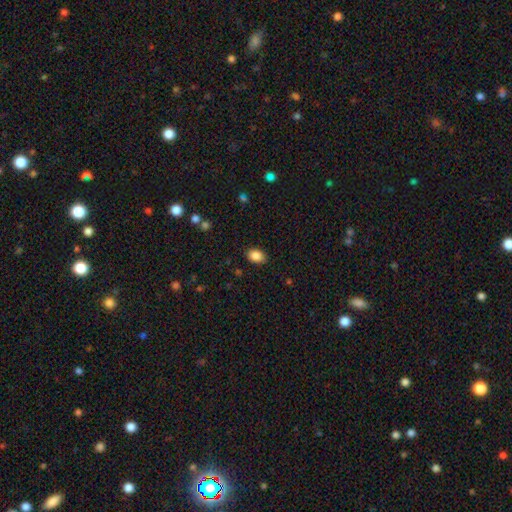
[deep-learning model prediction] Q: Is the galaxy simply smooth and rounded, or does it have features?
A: smooth — 88%.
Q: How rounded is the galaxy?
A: in between — 77%.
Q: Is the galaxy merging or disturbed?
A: none — 86%.